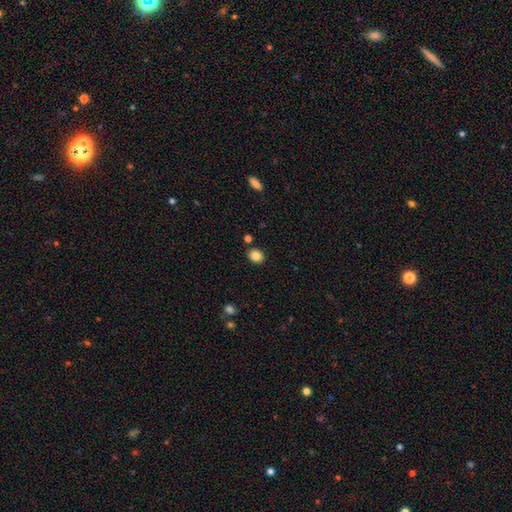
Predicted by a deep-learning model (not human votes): A smooth galaxy with no disk features (84%) that is round (58%). Merging: none (86%).